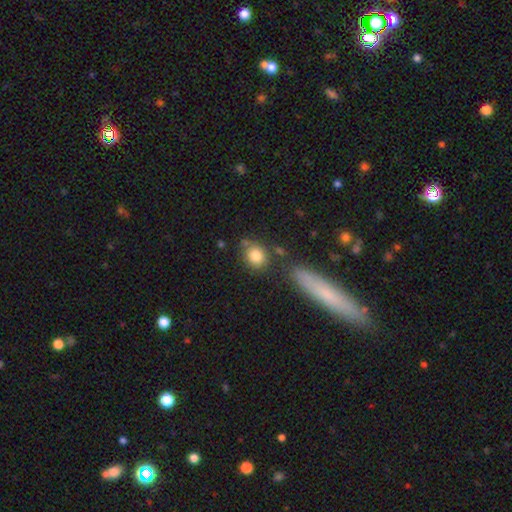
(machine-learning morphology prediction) Smooth or featured: smooth — 82% (star or artifact — 9%)
How rounded: round — 72% (in between — 26%)
Merging: none — 70% (minor disturbance — 15%)